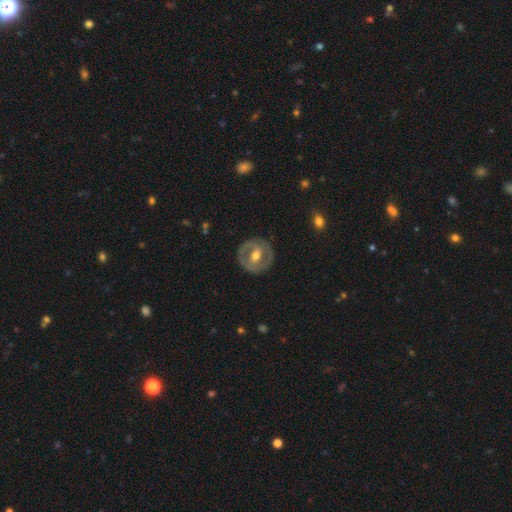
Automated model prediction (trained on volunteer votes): A featured or disk galaxy (68%) with a weak bar (43%), no spiral arms (58%) and a moderate central bulge (74%). Merging: none (84%).